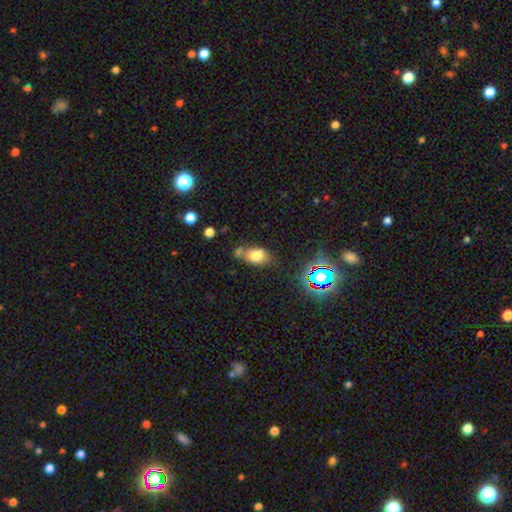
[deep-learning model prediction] smooth-or-featured: smooth: 72% | star or artifact: 15% | featured or disk: 14%
  how-rounded: in between: 78% | round: 19% | cigar-shaped: 3%
  merging: none: 51% | minor disturbance: 21% | merger: 21% | major disturbance: 7%